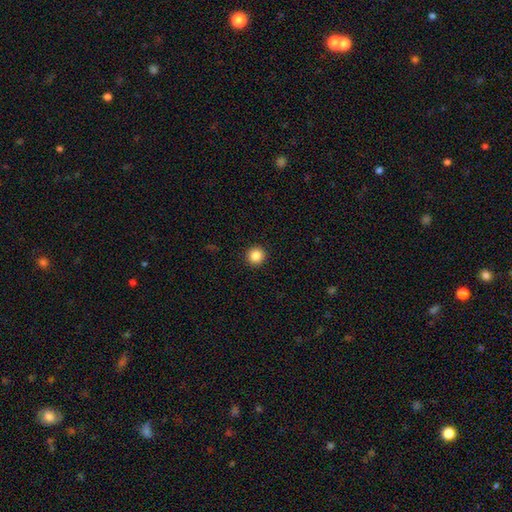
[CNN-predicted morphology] Smooth or featured? Predicted: smooth (p=0.86). How rounded? Predicted: round (p=0.95). Merging? Predicted: none (p=0.94).